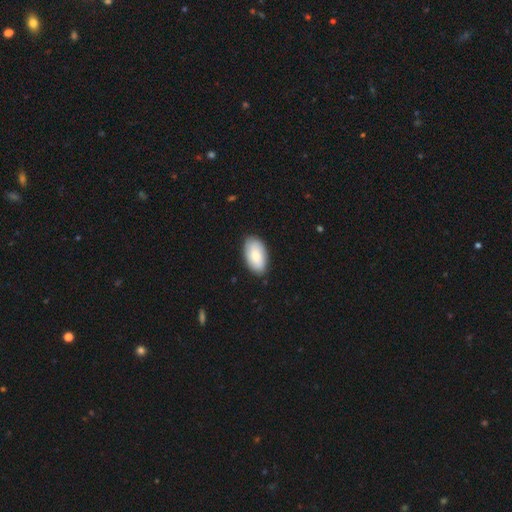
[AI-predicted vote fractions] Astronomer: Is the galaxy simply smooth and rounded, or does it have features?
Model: smooth — 80%.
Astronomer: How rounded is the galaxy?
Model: in between — 95%.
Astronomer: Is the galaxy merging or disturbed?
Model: none — 85%.